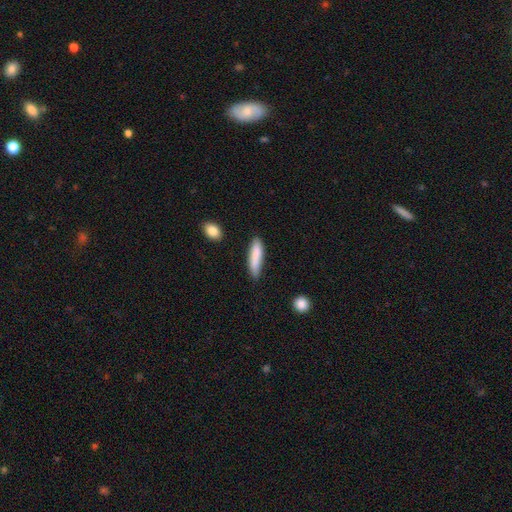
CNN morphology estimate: smooth-or-featured: smooth: 85% | featured or disk: 9% | star or artifact: 6%
  how-rounded: cigar-shaped: 75% | in between: 24% | round: 1%
  merging: none: 75% | minor disturbance: 19% | major disturbance: 3% | merger: 2%